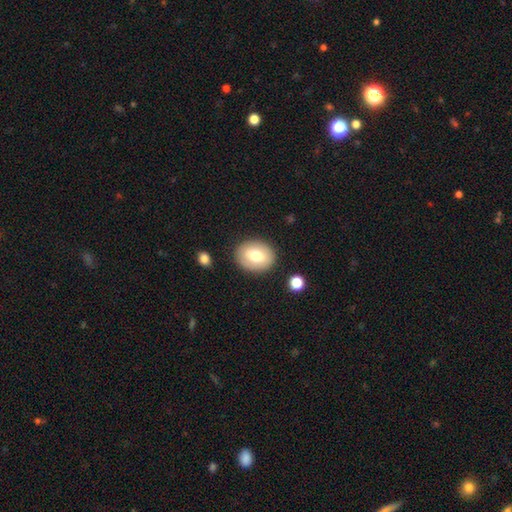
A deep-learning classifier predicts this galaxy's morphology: Smooth or featured?
  - smooth: 68% *
  - featured or disk: 24%
  - star or artifact: 8%
How rounded?
  - in between: 55% *
  - round: 44%
  - cigar-shaped: 1%
Merging?
  - none: 86% *
  - minor disturbance: 9%
  - major disturbance: 3%
  - merger: 2%